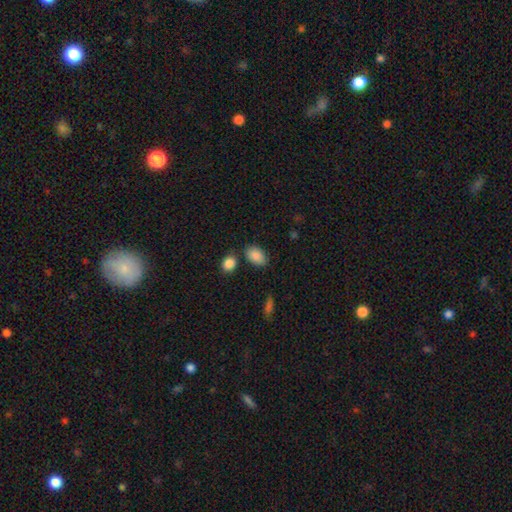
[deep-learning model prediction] Overall: smooth (87%). How rounded: in between (88%). Merging: none (73%).